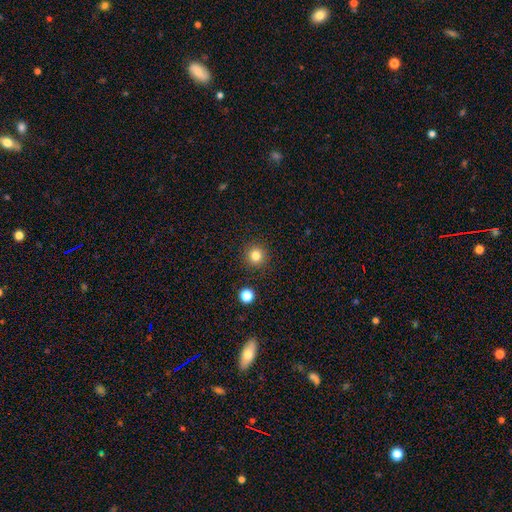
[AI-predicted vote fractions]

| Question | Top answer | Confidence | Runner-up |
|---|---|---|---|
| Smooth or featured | smooth | 82% | star or artifact (12%) |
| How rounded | round | 95% | in between (4%) |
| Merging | none | 91% | minor disturbance (5%) |